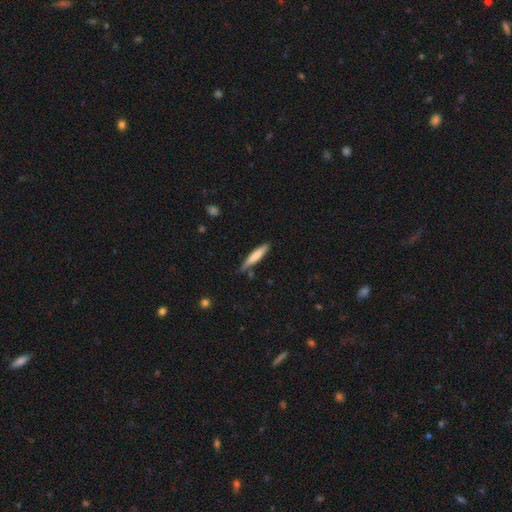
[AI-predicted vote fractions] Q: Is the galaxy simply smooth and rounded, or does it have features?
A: smooth — 70%.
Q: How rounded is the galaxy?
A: cigar-shaped — 90%.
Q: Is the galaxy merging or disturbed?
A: none — 79%.